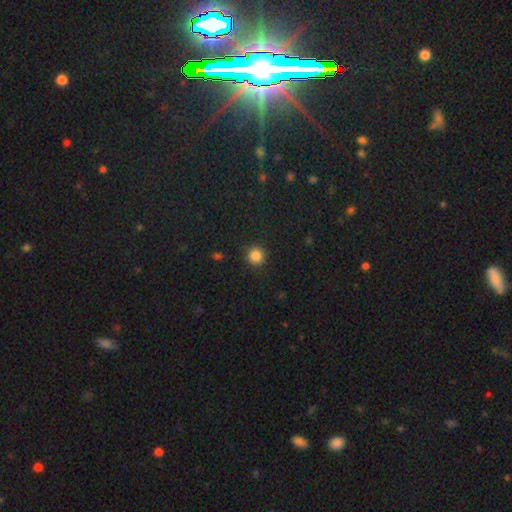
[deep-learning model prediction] Smooth or featured? Predicted: smooth (p=0.86). How rounded? Predicted: round (p=0.95). Merging? Predicted: none (p=0.92).